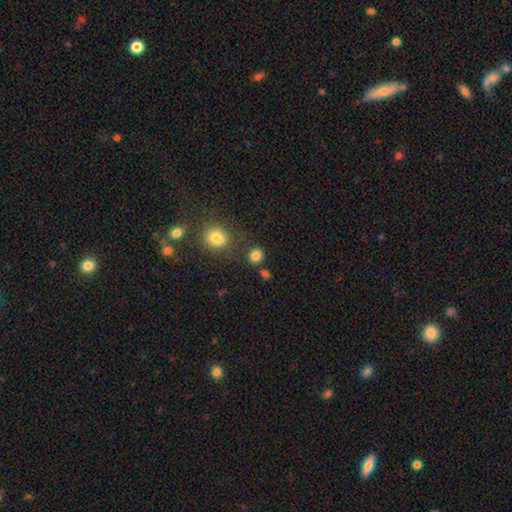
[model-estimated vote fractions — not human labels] Overall: smooth (82%). How rounded: round (84%). Merging: none (76%).